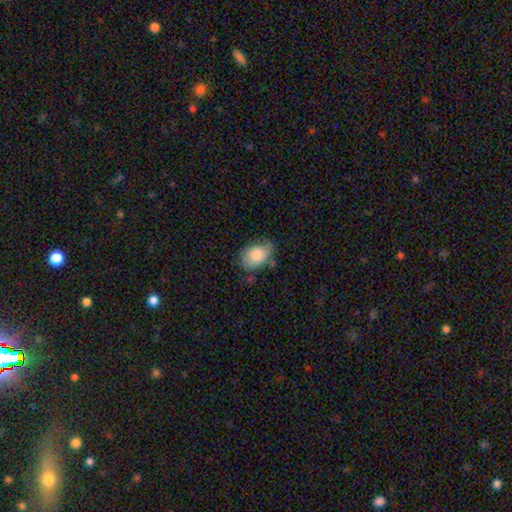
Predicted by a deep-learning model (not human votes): Morphology: type=smooth (82%); roundness=in between (85%); merging=none (54%).